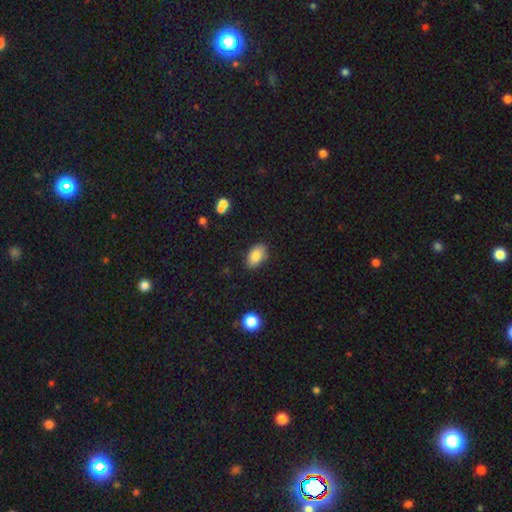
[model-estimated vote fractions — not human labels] Overall: smooth (85%). How rounded: in between (92%). Merging: none (84%).